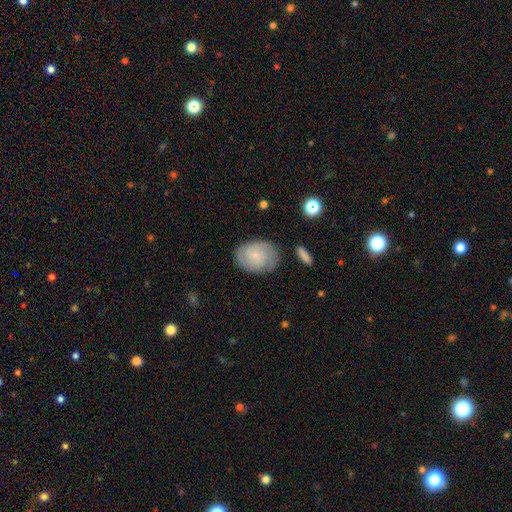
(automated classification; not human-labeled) Q: Smooth or featured?
A: featured or disk (47%); runner-up: smooth (45%)
Q: Merging?
A: none (77%); runner-up: minor disturbance (16%)